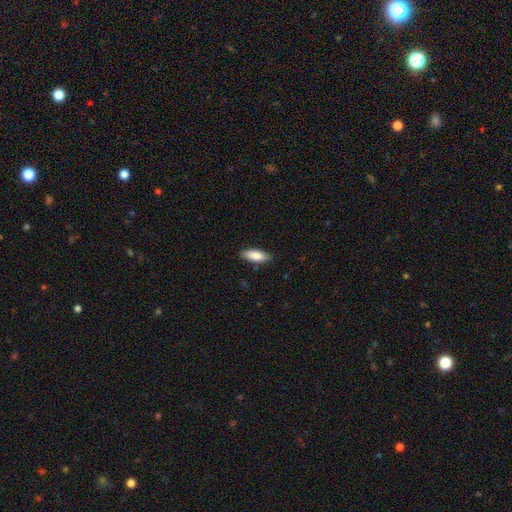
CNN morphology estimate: smooth_or_featured: smooth (p=0.86) [alt: featured or disk p=0.09]
how_rounded: in between (p=0.72) [alt: cigar-shaped p=0.26]
merging: none (p=0.85) [alt: minor disturbance p=0.12]